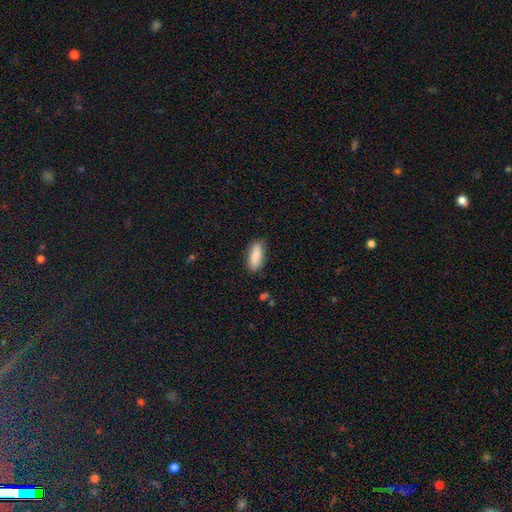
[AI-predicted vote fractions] This appears to be a smooth galaxy with no disk features (87%) that is in between round and cigar-shaped (72%). Merging: none (85%).